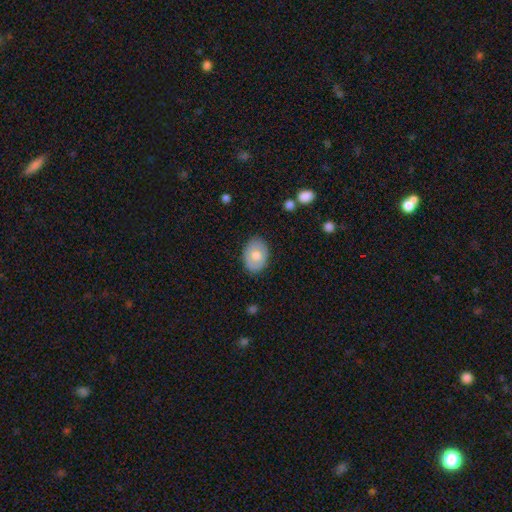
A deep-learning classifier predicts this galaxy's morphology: Smooth or featured? smooth (70%)
How rounded? in between (77%)
Merging? none (85%)